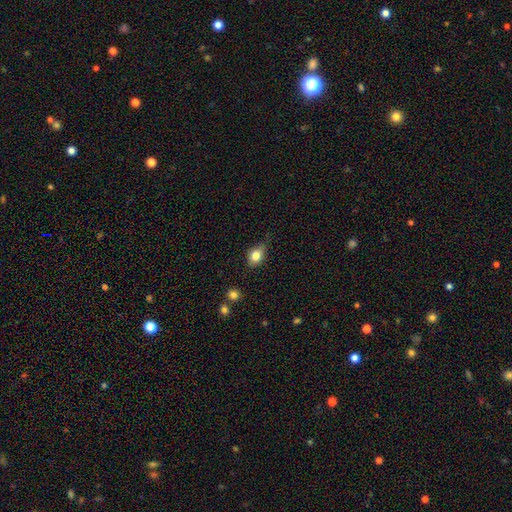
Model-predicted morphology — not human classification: smooth 80%, featured or disk 10%, star or artifact 10%. Down the decision tree: how rounded — in between (61%); merging — none (60%).